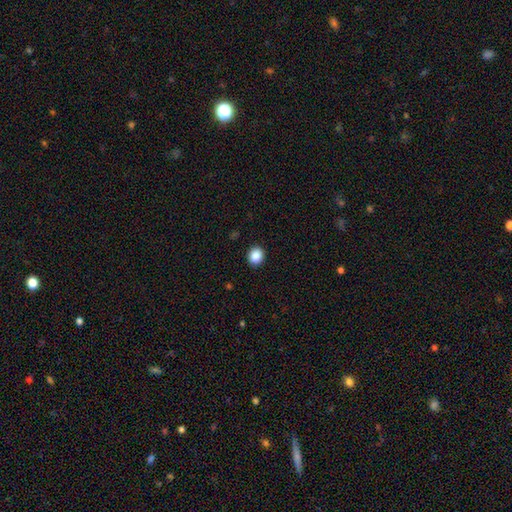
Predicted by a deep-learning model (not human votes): This appears to be a smooth galaxy with no disk features (88%) that is round (74%). Merging: none (92%).